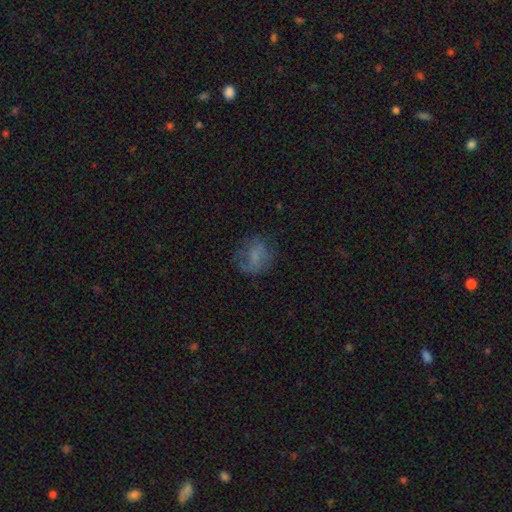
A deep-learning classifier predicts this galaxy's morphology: Smooth or featured: smooth — 56% (featured or disk — 29%)
How rounded: round — 64% (in between — 35%)
Merging: none — 60% (minor disturbance — 20%)